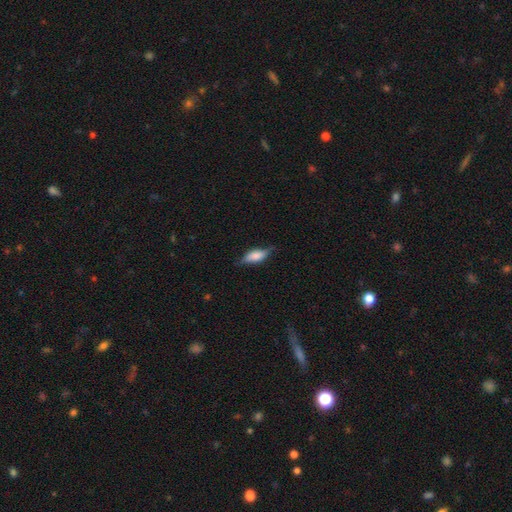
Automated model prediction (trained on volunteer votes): Q: Smooth or featured?
A: smooth (61%); runner-up: featured or disk (32%)
Q: How rounded?
A: in between (73%); runner-up: cigar-shaped (24%)
Q: Merging?
A: none (70%); runner-up: minor disturbance (23%)